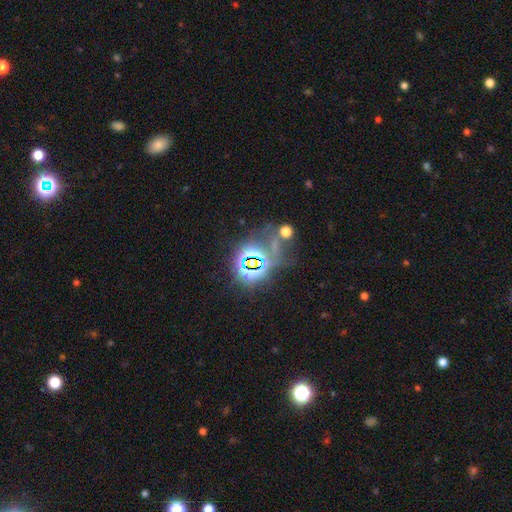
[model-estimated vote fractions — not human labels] Smooth or featured? star or artifact (66%)